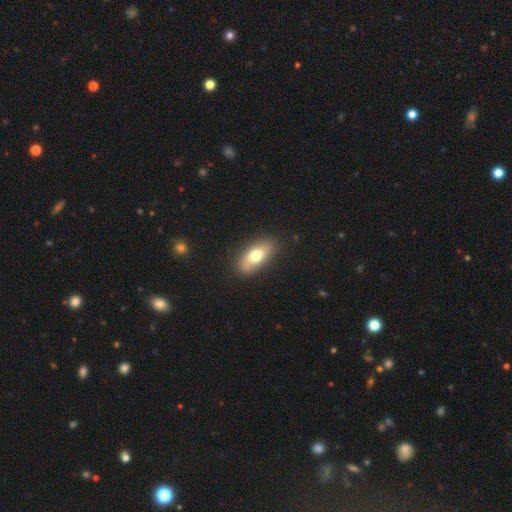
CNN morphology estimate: The model was most divided on "smooth or featured": smooth: 70%, featured or disk: 23%, star or artifact: 7%. More confident: merging — none (83%); how rounded — in between (82%).